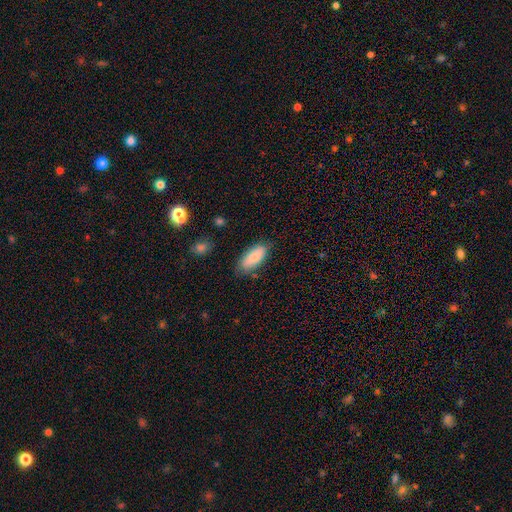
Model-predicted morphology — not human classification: smooth-or-featured: smooth: 84% | featured or disk: 10% | star or artifact: 7%
  how-rounded: in between: 87% | cigar-shaped: 12% | round: 2%
  merging: none: 75% | minor disturbance: 19% | major disturbance: 4% | merger: 2%